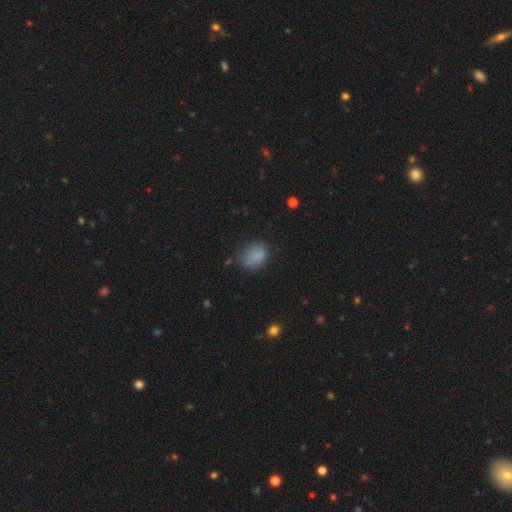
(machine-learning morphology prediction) Overall: smooth (78%). How rounded: in between (59%; round 39%). Merging: none (56%; minor disturbance 28%).